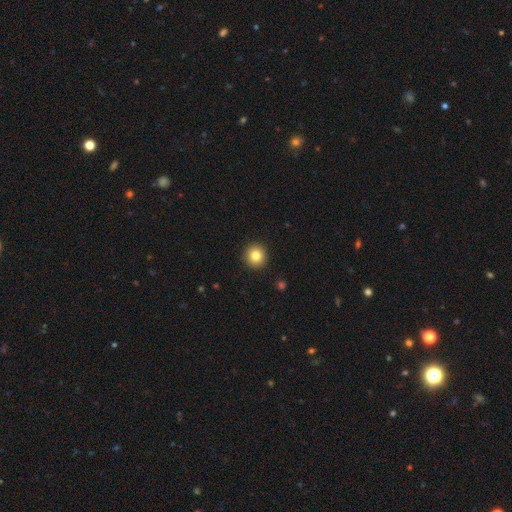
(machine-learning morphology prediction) smooth_or_featured: smooth (p=0.83) [alt: star or artifact p=0.10]
how_rounded: round (p=0.94) [alt: in between p=0.05]
merging: none (p=0.93) [alt: minor disturbance p=0.05]